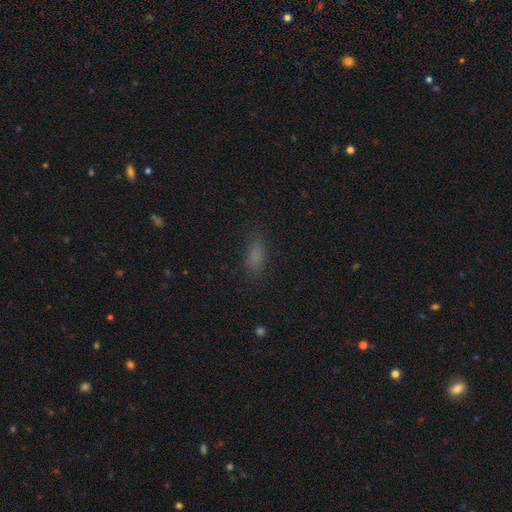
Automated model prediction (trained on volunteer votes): A smooth galaxy with no disk features (77%) that is in between round and cigar-shaped (77%). Merging: none (79%).